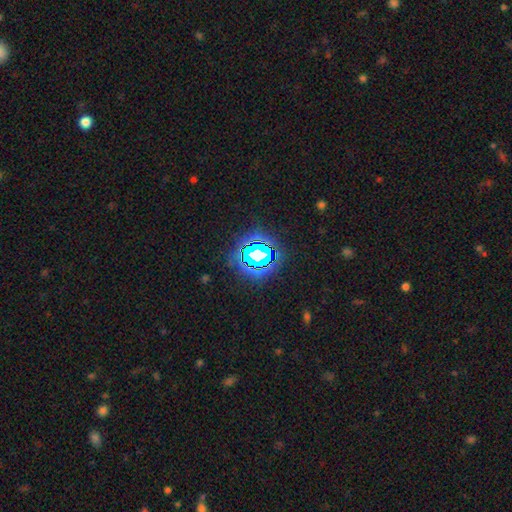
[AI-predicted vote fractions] The model was most divided on "smooth or featured": star or artifact: 71%, smooth: 18%, featured or disk: 12%.